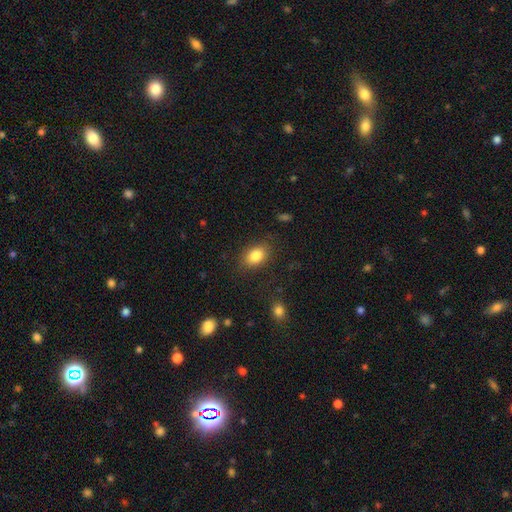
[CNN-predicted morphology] Smooth or featured? smooth (84%)
How rounded? in between (80%)
Merging? none (84%)